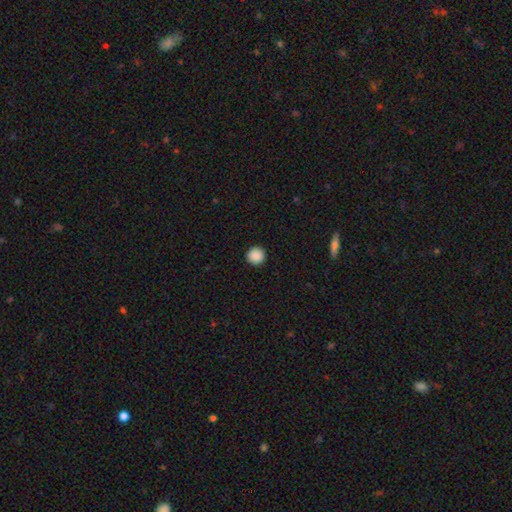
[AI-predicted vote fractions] Smooth or featured: smooth — 89% (star or artifact — 9%)
How rounded: round — 95% (in between — 4%)
Merging: none — 93% (minor disturbance — 4%)